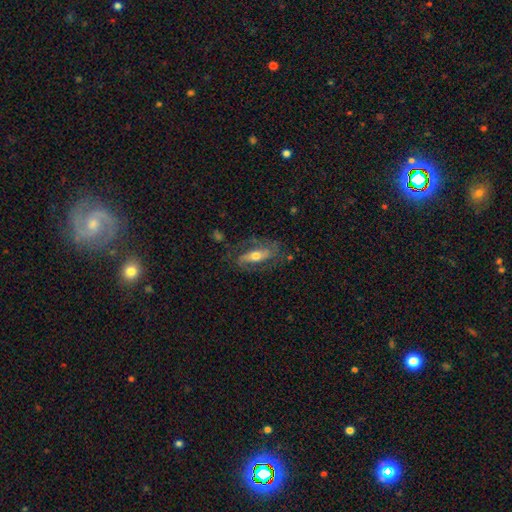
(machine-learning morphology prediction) Smooth or featured? featured or disk (66%)
Edge-on disk? no (81%)
Bar? no (38%)
Spiral arms? yes (77%)
Bulge size? moderate (68%)
Merging? none (66%)